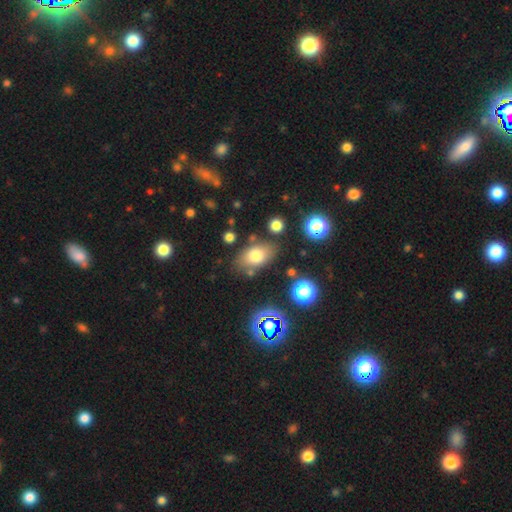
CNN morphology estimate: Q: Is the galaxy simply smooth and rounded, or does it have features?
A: smooth — 74%.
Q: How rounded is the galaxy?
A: in between — 85%.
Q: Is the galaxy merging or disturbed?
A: none — 74%.